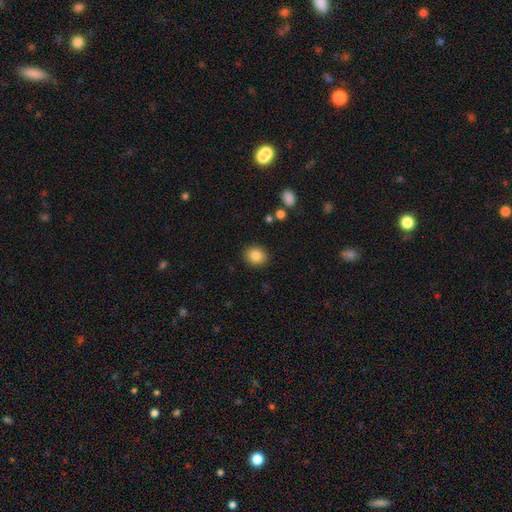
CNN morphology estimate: smooth-or-featured: smooth: 85% | star or artifact: 9% | featured or disk: 5%
  how-rounded: round: 73% | in between: 26% | cigar-shaped: 1%
  merging: none: 90% | minor disturbance: 7% | major disturbance: 2% | merger: 1%